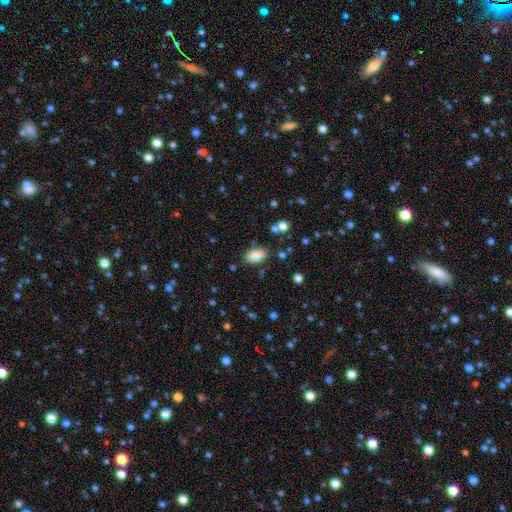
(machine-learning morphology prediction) The model was most divided on "merging": none: 79%, minor disturbance: 14%, major disturbance: 4%, merger: 4%. More confident: how rounded — in between (93%); smooth or featured — smooth (82%).